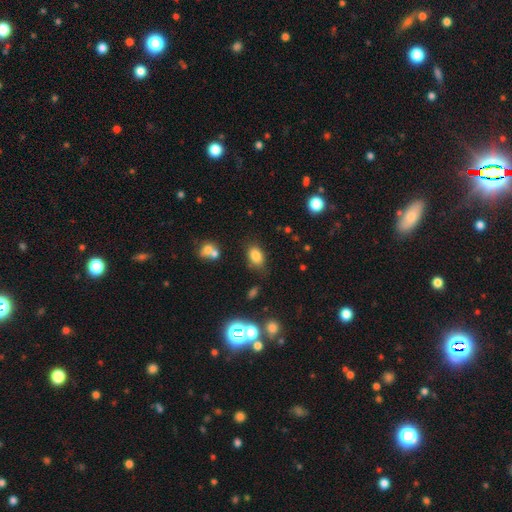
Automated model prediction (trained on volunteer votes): Smooth or featured: smooth — 80% (star or artifact — 12%)
How rounded: in between — 82% (round — 16%)
Merging: none — 73% (minor disturbance — 17%)